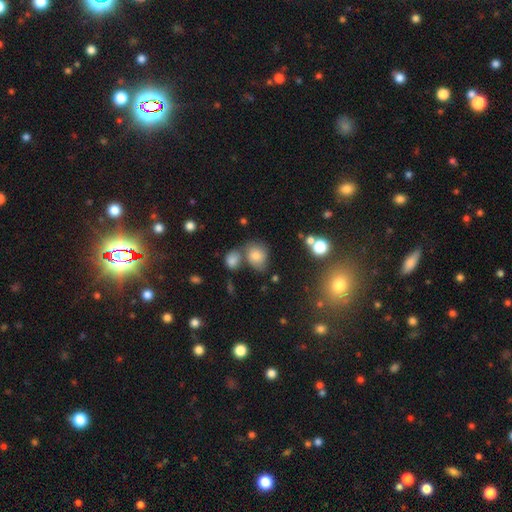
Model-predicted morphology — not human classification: Smooth or featured? smooth (71%)
How rounded? round (55%)
Merging? none (49%)